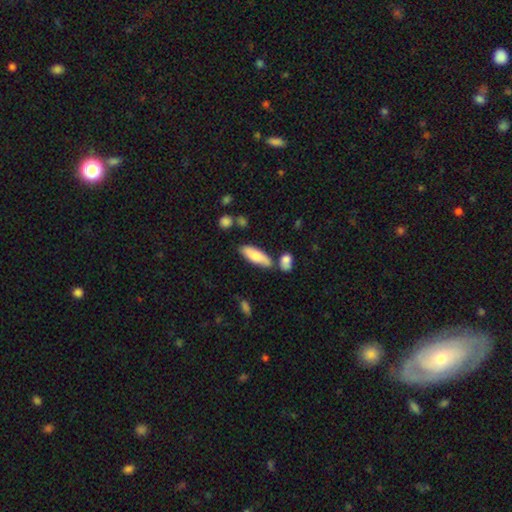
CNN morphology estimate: type=smooth (75%); roundness=in between (58%); merging=none (64%).